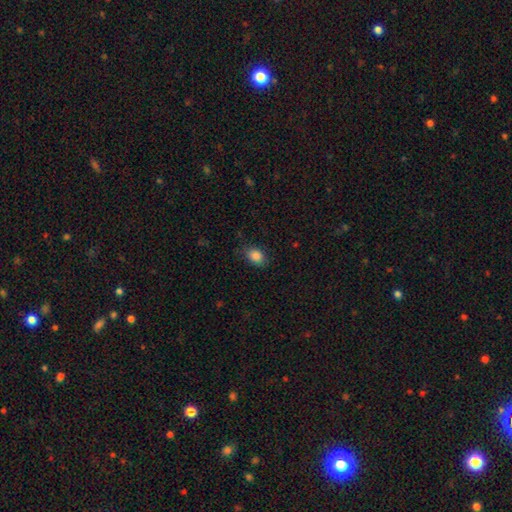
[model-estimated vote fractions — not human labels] smooth 87%, star or artifact 9%, featured or disk 4%. Down the decision tree: how rounded — in between (73%); merging — none (80%).